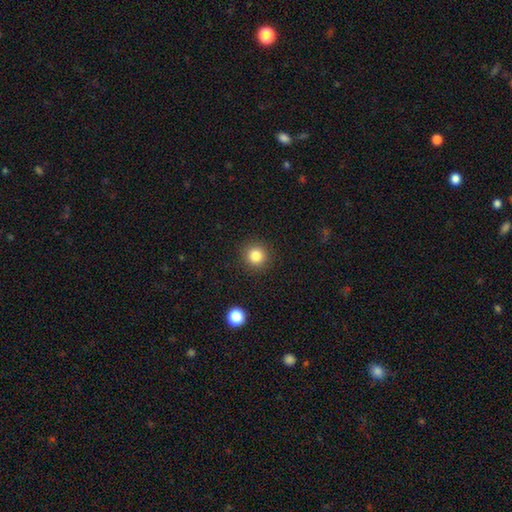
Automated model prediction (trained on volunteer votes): Smooth or featured?
  - smooth: 83% *
  - star or artifact: 11%
  - featured or disk: 6%
How rounded?
  - round: 94% *
  - in between: 5%
  - cigar-shaped: 1%
Merging?
  - none: 91% *
  - minor disturbance: 6%
  - major disturbance: 2%
  - merger: 1%